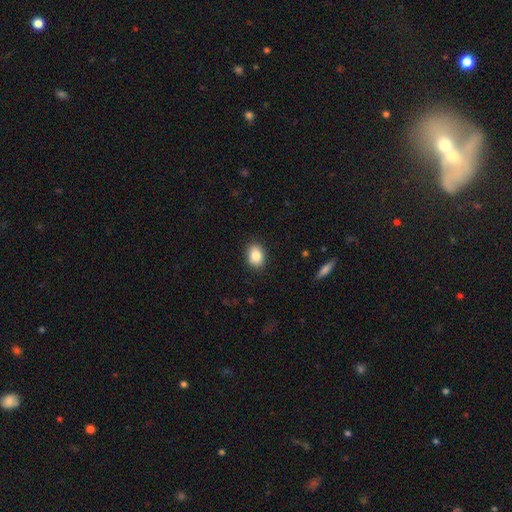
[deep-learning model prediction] Morphology: type=smooth (85%); roundness=in between (67%); merging=none (89%).